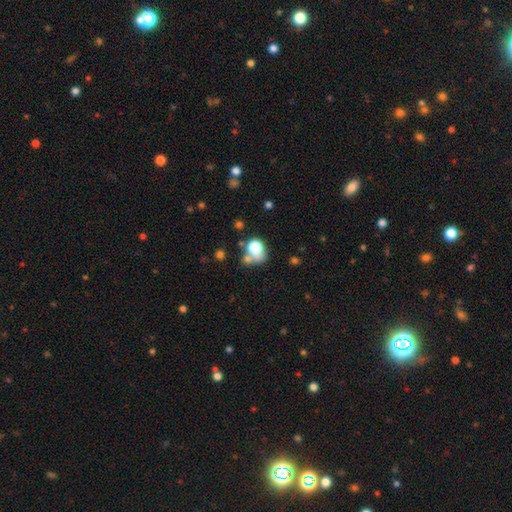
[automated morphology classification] type=smooth (70%); roundness=round (58%); merging=none (37%).